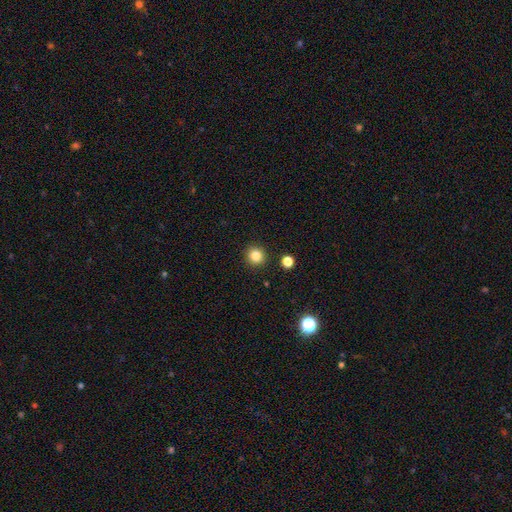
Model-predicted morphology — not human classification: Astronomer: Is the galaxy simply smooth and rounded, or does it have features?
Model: smooth — 84%.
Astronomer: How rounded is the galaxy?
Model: round — 93%.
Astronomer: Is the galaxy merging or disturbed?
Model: none — 91%.